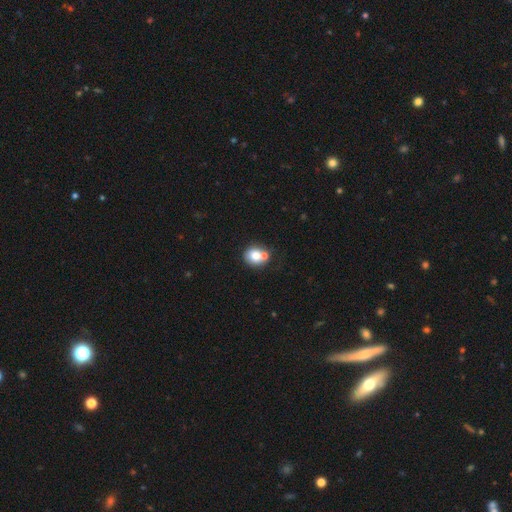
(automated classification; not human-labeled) smooth-or-featured: smooth: 76% | featured or disk: 14% | star or artifact: 10%
  how-rounded: round: 77% | in between: 22% | cigar-shaped: 1%
  merging: none: 52% | merger: 34% | minor disturbance: 11% | major disturbance: 4%